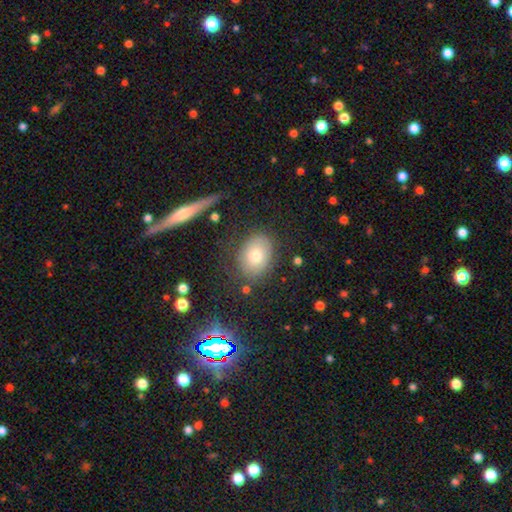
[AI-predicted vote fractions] smooth 70%, featured or disk 18%, star or artifact 12%. Down the decision tree: how rounded — in between (65%); merging — none (78%).